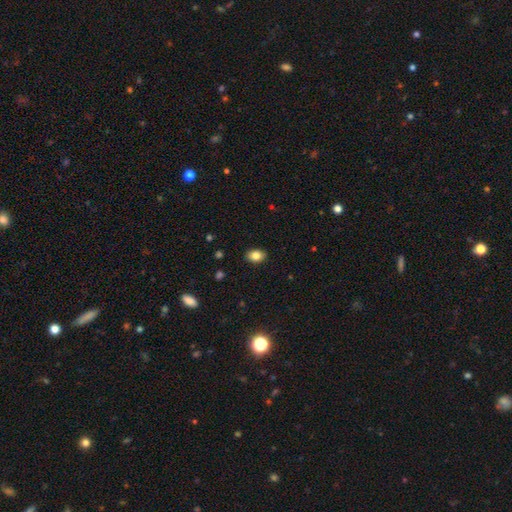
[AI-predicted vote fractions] Smooth or featured?
  - smooth: 83% *
  - star or artifact: 9%
  - featured or disk: 8%
How rounded?
  - in between: 80% *
  - round: 19%
  - cigar-shaped: 1%
Merging?
  - none: 89% *
  - minor disturbance: 8%
  - major disturbance: 2%
  - merger: 1%